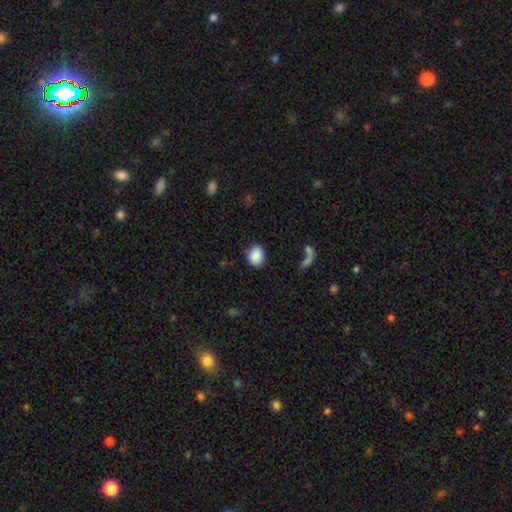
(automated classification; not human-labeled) The model was most divided on "how rounded": round: 56%, in between: 43%, cigar-shaped: 1%. More confident: smooth or featured — smooth (88%); merging — none (83%).